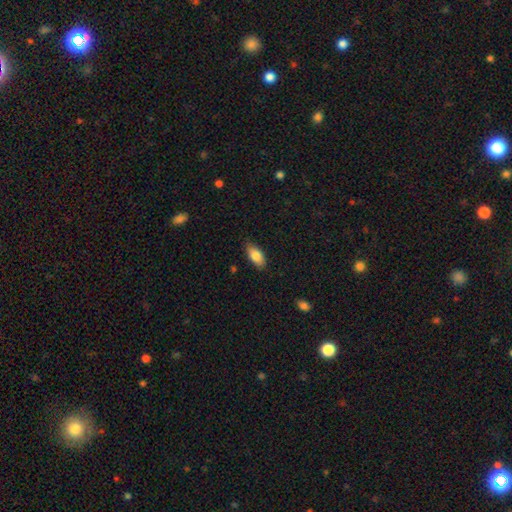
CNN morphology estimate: smooth_or_featured: smooth (p=0.84) [alt: featured or disk p=0.09]
how_rounded: in between (p=0.90) [alt: cigar-shaped p=0.07]
merging: none (p=0.83) [alt: minor disturbance p=0.14]